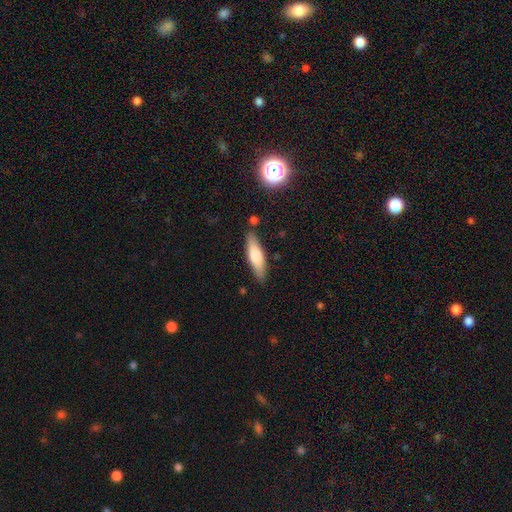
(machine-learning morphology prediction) This is likely a smooth galaxy (64%). How rounded: likely cigar-shaped (60%). Merging: clearly none (83%).